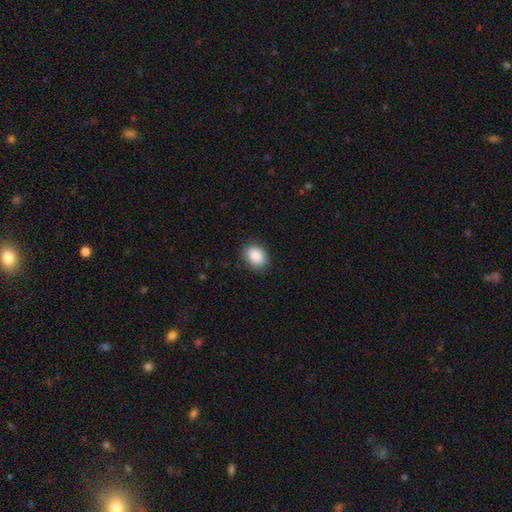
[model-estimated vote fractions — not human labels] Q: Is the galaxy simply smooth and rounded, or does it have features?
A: smooth — 89%.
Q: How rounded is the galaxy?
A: in between — 60%.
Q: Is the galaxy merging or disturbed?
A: none — 87%.